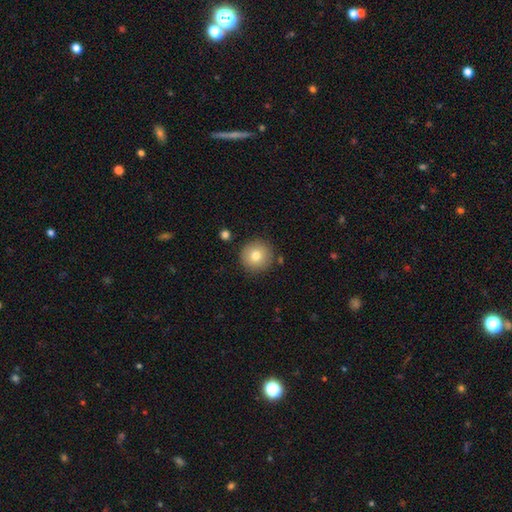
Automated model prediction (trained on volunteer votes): Smooth or featured: smooth — 78% (featured or disk — 12%)
How rounded: round — 95% (in between — 4%)
Merging: none — 87% (minor disturbance — 8%)